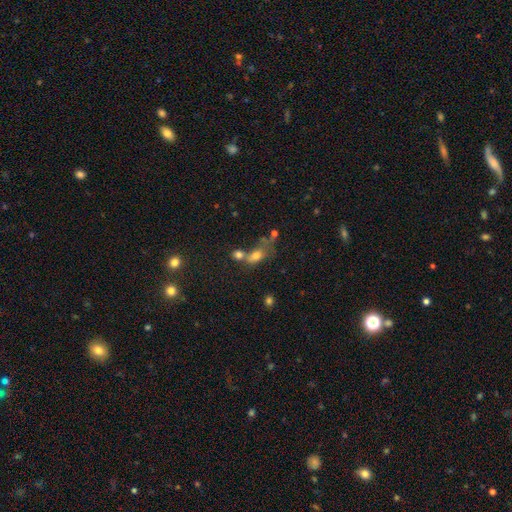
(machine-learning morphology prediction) This is likely a smooth galaxy (69%). How rounded: likely in between (66%). Merging: possibly merger (51%).